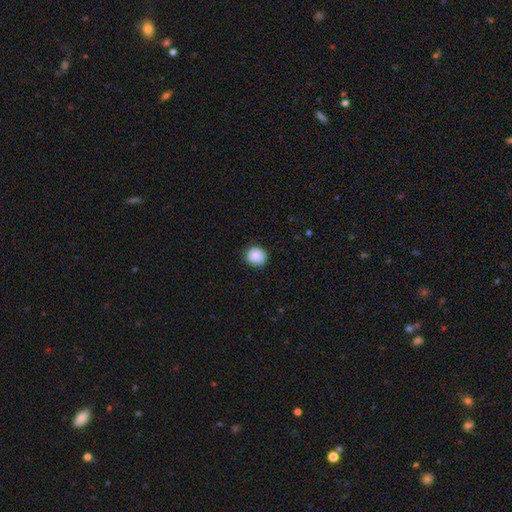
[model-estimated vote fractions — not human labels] smooth_or_featured: smooth (p=0.87) [alt: star or artifact p=0.08]
how_rounded: round (p=0.88) [alt: in between p=0.11]
merging: none (p=0.85) [alt: minor disturbance p=0.12]